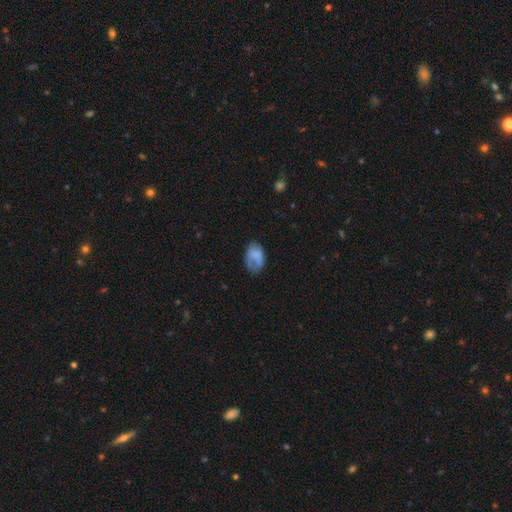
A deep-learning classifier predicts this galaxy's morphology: A smooth galaxy with no disk features (68%) that is in between round and cigar-shaped (89%).

Vote fractions:
- Smooth or featured? smooth: 68% / featured or disk: 23% / star or artifact: 9%
- How rounded? in between: 89% / round: 10% / cigar-shaped: 1%
- Merging? none: 45% / minor disturbance: 31% / major disturbance: 21% / merger: 3%